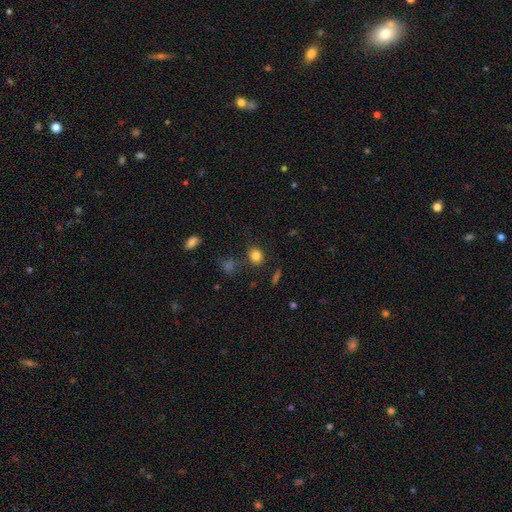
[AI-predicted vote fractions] The model was most divided on "how rounded": round: 65%, in between: 34%, cigar-shaped: 1%. More confident: merging — none (83%); smooth or featured — smooth (81%).